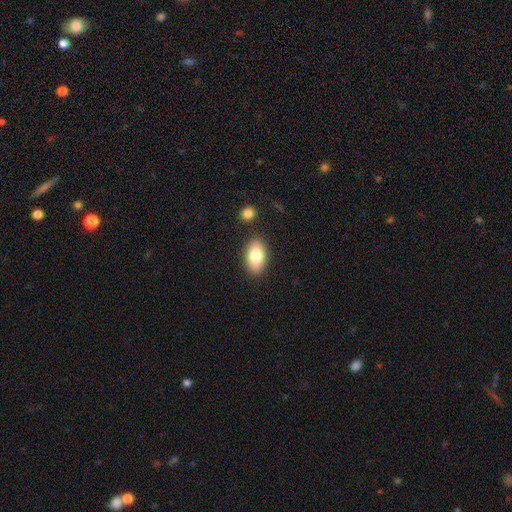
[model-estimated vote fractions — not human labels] A smooth galaxy with no disk features (81%) that is in between round and cigar-shaped (92%). Merging: none (84%).